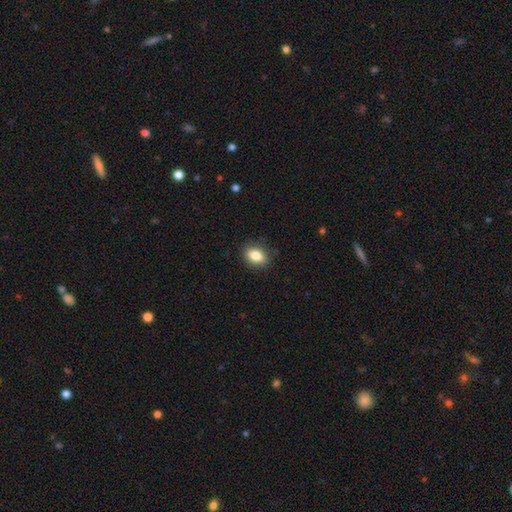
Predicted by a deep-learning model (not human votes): A smooth galaxy with no disk features (84%) that is in between round and cigar-shaped (72%). Merging: none (86%).